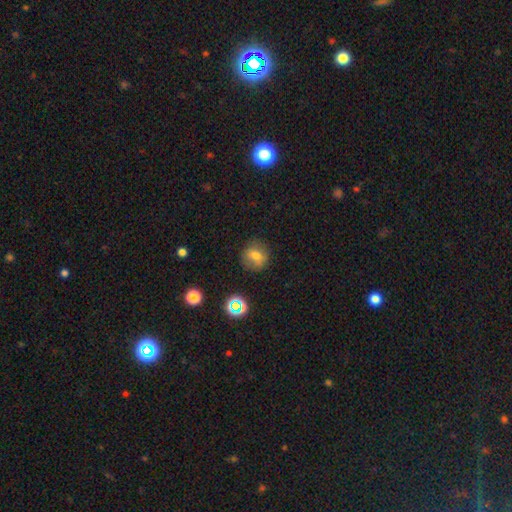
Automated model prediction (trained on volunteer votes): A smooth galaxy with no disk features (69%) that is round (81%). Merging: none (82%).